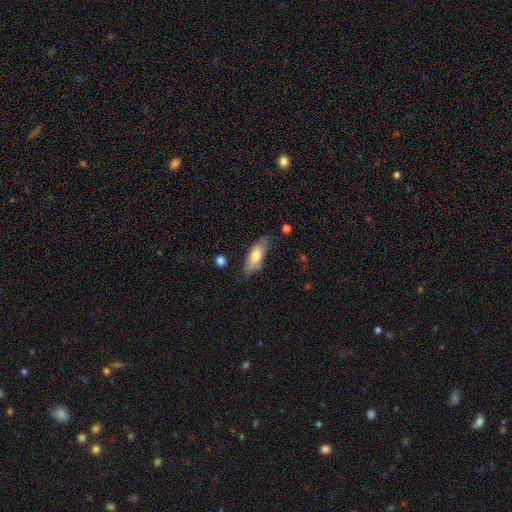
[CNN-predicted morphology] The model was most divided on "how rounded": in between: 65%, cigar-shaped: 33%, round: 2%. More confident: merging — none (72%); smooth or featured — smooth (69%).